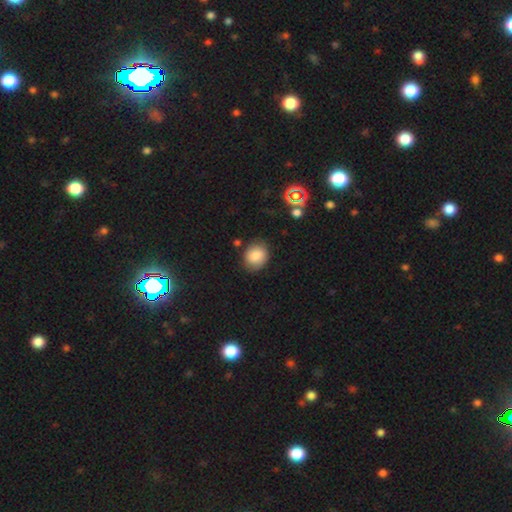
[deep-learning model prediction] Smooth or featured? Predicted: smooth (p=0.84). How rounded? Predicted: round (p=0.68). Merging? Predicted: none (p=0.80).